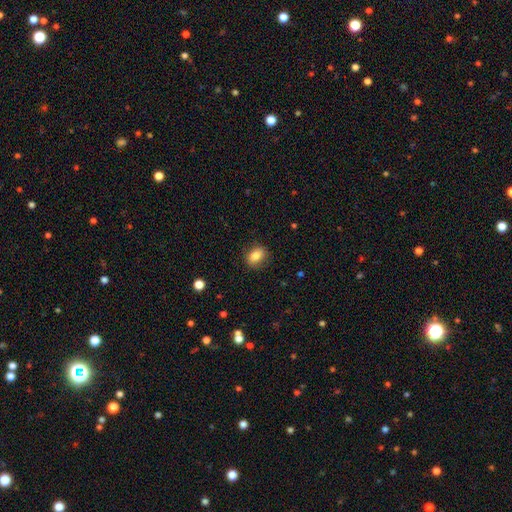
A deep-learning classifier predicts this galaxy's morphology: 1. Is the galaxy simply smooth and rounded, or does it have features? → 82% smooth, 9% star or artifact, 9% featured or disk.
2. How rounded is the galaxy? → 62% in between, 37% round, 1% cigar-shaped.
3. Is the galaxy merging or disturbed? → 85% none, 11% minor disturbance, 3% major disturbance, 1% merger.